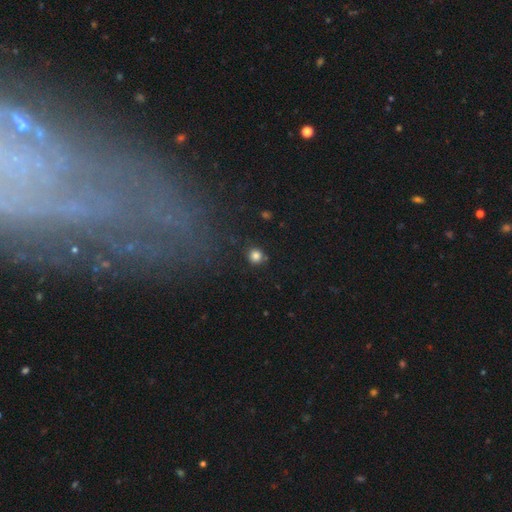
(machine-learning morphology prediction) Overall: smooth (83%). How rounded: round (92%). Merging: none (87%).